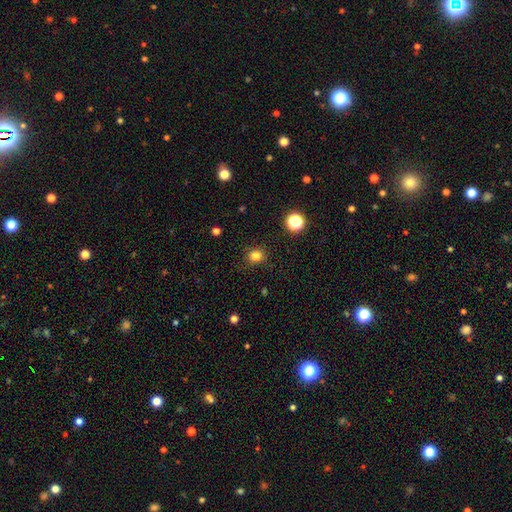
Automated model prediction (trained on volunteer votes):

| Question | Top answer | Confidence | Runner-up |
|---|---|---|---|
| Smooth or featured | smooth | 81% | star or artifact (14%) |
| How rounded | round | 78% | in between (21%) |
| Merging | none | 88% | minor disturbance (9%) |